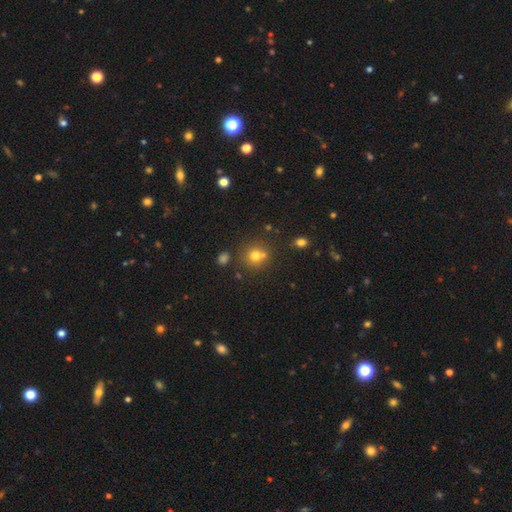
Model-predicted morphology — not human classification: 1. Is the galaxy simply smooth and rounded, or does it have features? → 73% smooth, 16% star or artifact, 11% featured or disk.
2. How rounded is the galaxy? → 88% round, 12% in between, 1% cigar-shaped.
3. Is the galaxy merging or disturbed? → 66% none, 21% merger, 10% minor disturbance, 4% major disturbance.